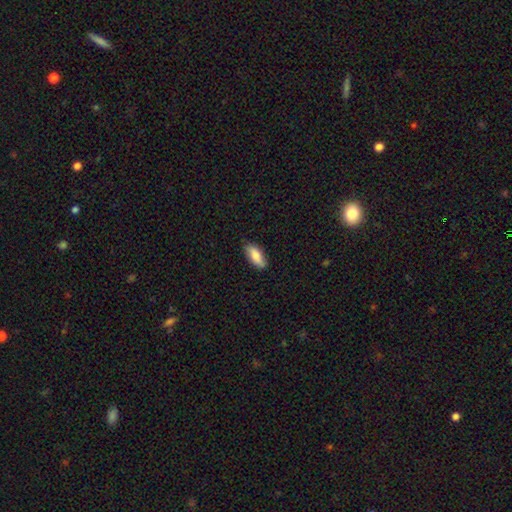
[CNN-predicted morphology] smooth_or_featured: smooth (p=0.79) [alt: featured or disk p=0.15]
how_rounded: in between (p=0.82) [alt: cigar-shaped p=0.16]
merging: none (p=0.81) [alt: minor disturbance p=0.15]